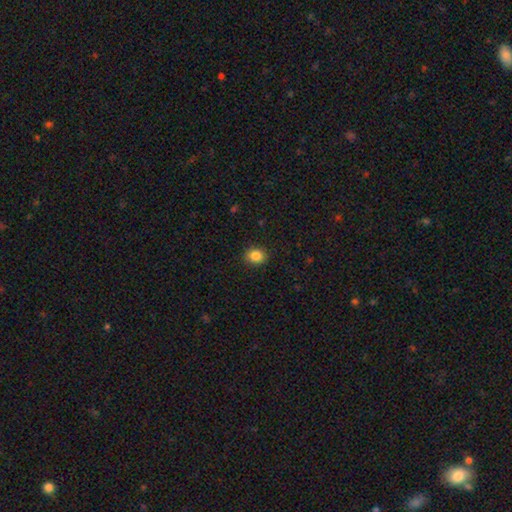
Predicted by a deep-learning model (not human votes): smooth-or-featured: smooth: 86% | star or artifact: 10% | featured or disk: 4%
  how-rounded: round: 66% | in between: 33% | cigar-shaped: 1%
  merging: none: 90% | minor disturbance: 7% | major disturbance: 2% | merger: 1%